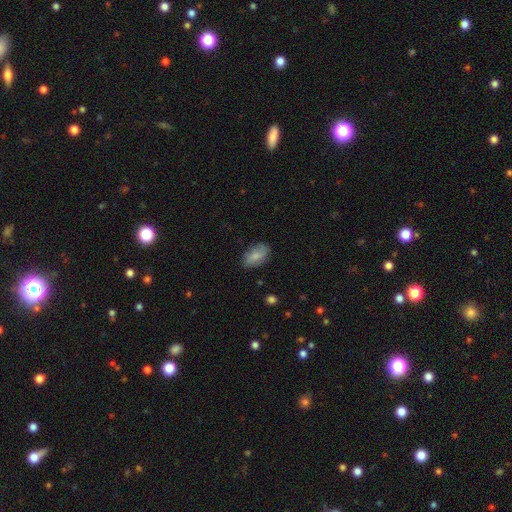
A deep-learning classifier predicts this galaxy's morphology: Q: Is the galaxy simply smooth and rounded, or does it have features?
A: smooth — 76%.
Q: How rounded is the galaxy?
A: in between — 92%.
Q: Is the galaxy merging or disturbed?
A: none — 76%.